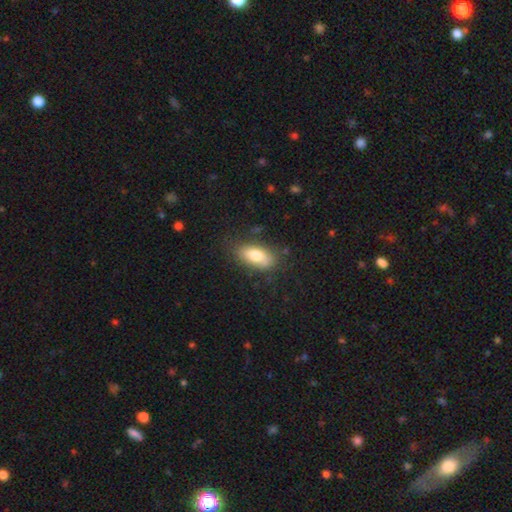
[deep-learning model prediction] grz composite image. It shows a smooth galaxy with no disk features (76%) that is in between round and cigar-shaped (89%). Merging: none (72%).